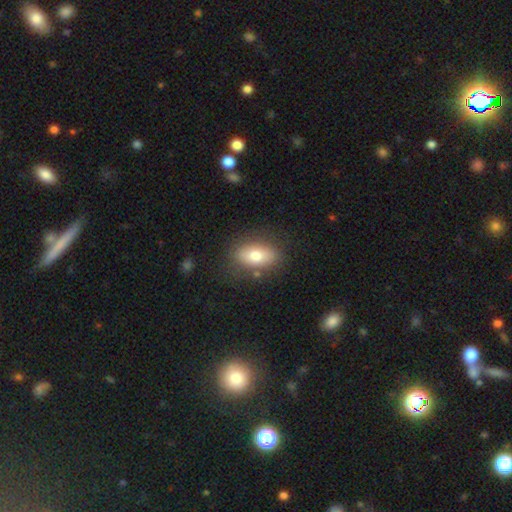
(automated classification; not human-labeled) The model was most divided on "smooth or featured": smooth: 75%, featured or disk: 18%, star or artifact: 7%. More confident: how rounded — in between (87%); merging — none (79%).